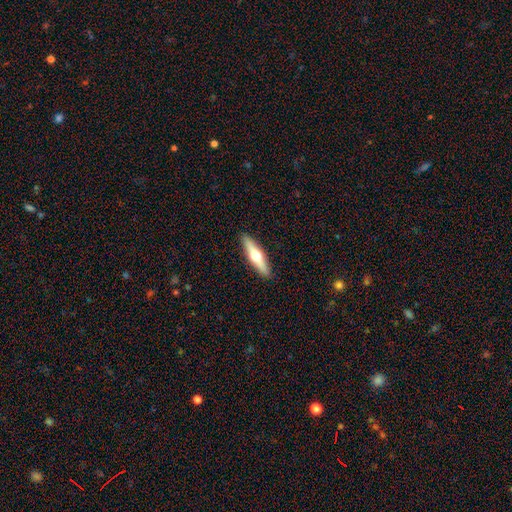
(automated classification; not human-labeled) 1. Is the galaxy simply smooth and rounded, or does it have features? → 56% featured or disk, 39% smooth, 5% star or artifact.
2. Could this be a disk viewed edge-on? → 94% yes, 6% no.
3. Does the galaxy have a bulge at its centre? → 95% rounded, 3% none, 2% boxy.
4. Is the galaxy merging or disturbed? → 91% none, 6% minor disturbance, 1% major disturbance, 1% merger.